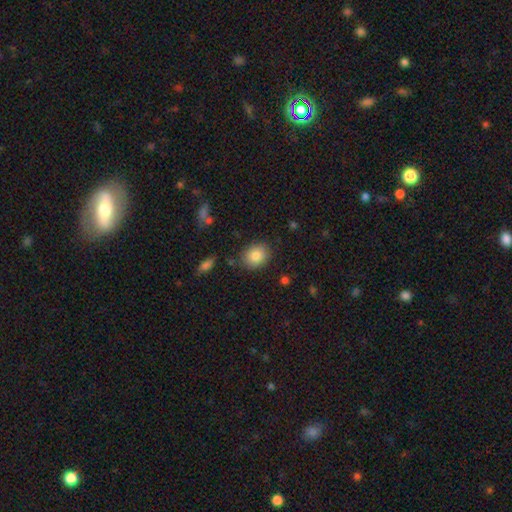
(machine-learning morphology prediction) smooth_or_featured: smooth (p=0.85) [alt: star or artifact p=0.08]
how_rounded: in between (p=0.55) [alt: round p=0.44]
merging: none (p=0.83) [alt: minor disturbance p=0.12]